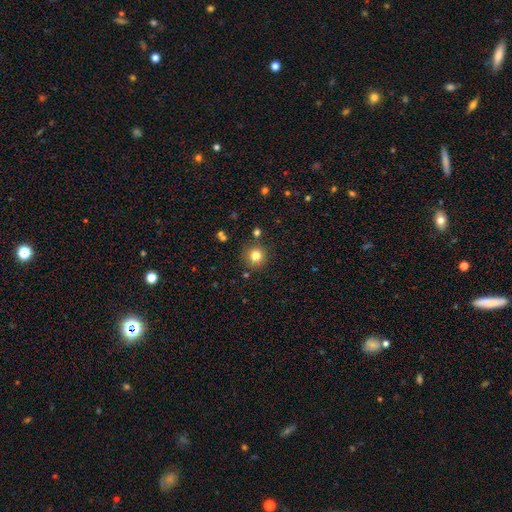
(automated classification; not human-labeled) A smooth galaxy with no disk features (80%) that is round (93%). Merging: none (85%).